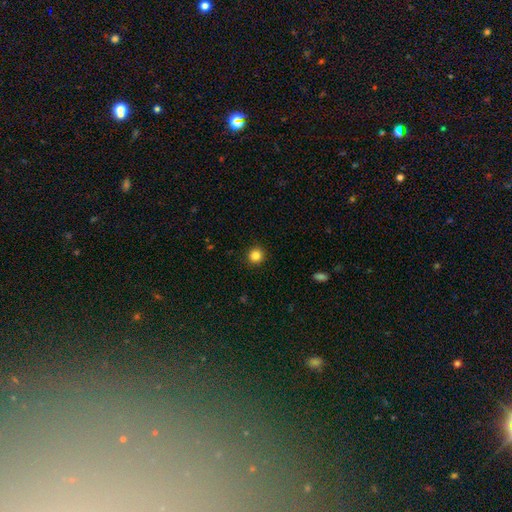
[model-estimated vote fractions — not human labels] Smooth or featured?
  - smooth: 85% *
  - star or artifact: 11%
  - featured or disk: 4%
How rounded?
  - round: 95% *
  - in between: 4%
  - cigar-shaped: 1%
Merging?
  - none: 93% *
  - minor disturbance: 5%
  - major disturbance: 2%
  - merger: 1%